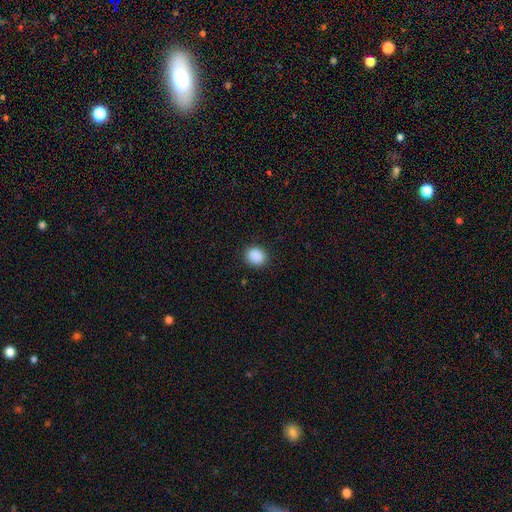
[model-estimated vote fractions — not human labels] smooth-or-featured: smooth: 89% | star or artifact: 8% | featured or disk: 2%
  how-rounded: round: 72% | in between: 28% | cigar-shaped: 1%
  merging: none: 90% | minor disturbance: 7% | major disturbance: 2% | merger: 1%